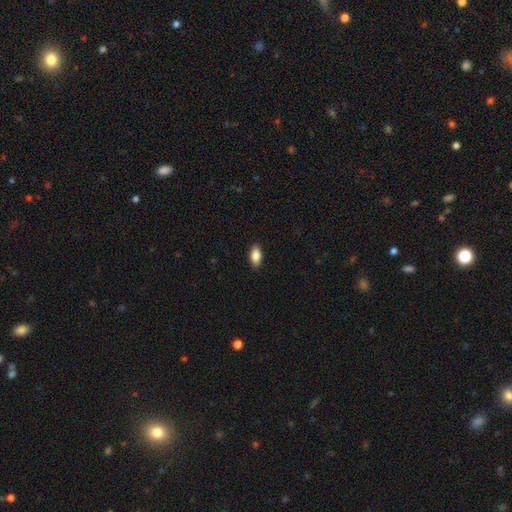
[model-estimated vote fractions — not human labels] Smooth or featured? Predicted: smooth (p=0.85). How rounded? Predicted: in between (p=0.91). Merging? Predicted: none (p=0.89).